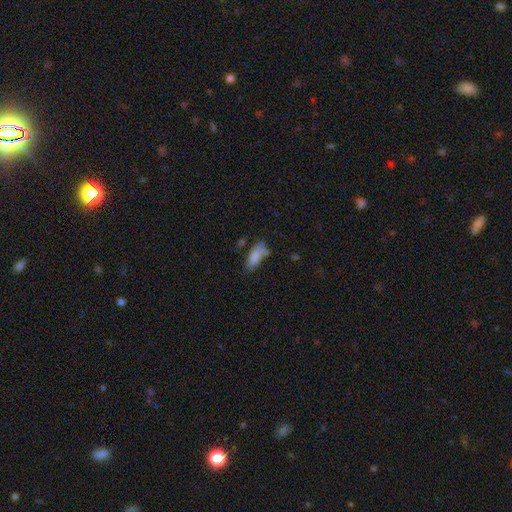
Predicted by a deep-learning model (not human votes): This appears to be a smooth galaxy with no disk features (79%) that is in between round and cigar-shaped (79%). Merging: none (47%).